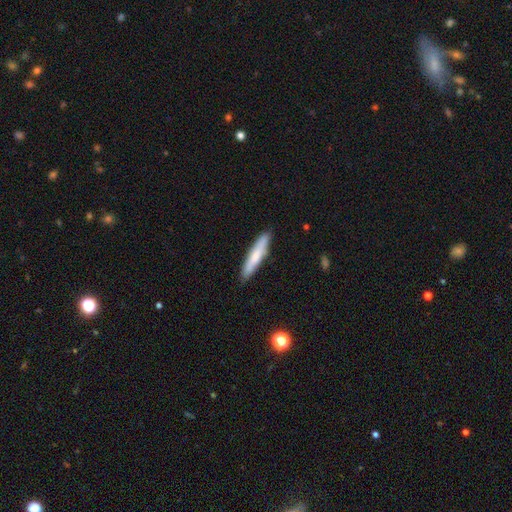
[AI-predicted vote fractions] Overall: smooth (69%). How rounded: cigar-shaped (90%). Merging: none (87%).